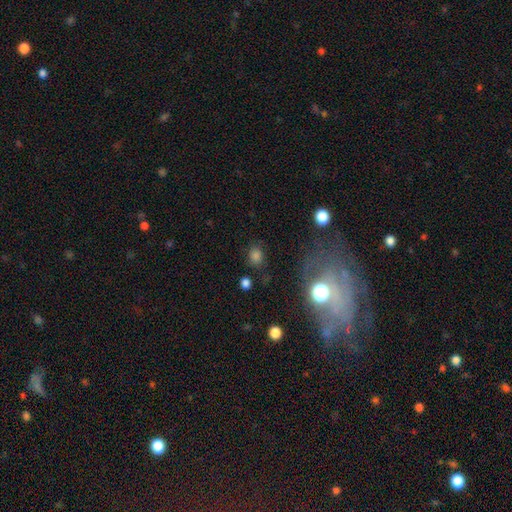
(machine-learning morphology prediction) A smooth galaxy with no disk features (76%) that is round (65%).

Vote fractions:
- Smooth or featured? smooth: 76% / star or artifact: 18% / featured or disk: 6%
- How rounded? round: 65% / in between: 34% / cigar-shaped: 1%
- Merging? none: 78% / minor disturbance: 13% / major disturbance: 5% / merger: 4%